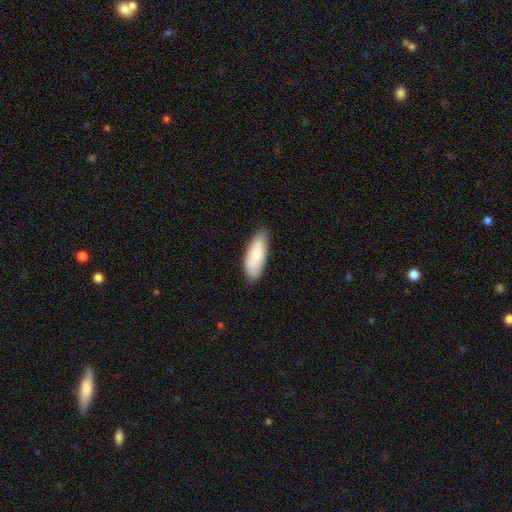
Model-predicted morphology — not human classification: smooth 82%, featured or disk 12%, star or artifact 6%. Down the decision tree: how rounded — in between (78%); merging — none (78%).